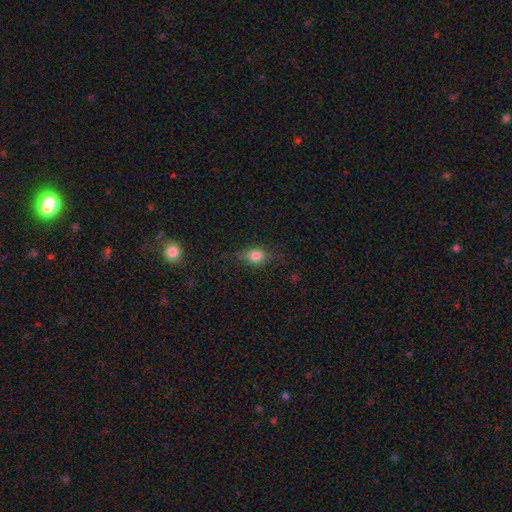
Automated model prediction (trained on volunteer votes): This appears to be a smooth galaxy with no disk features (75%) that is in between round and cigar-shaped (58%). Merging: none (72%).